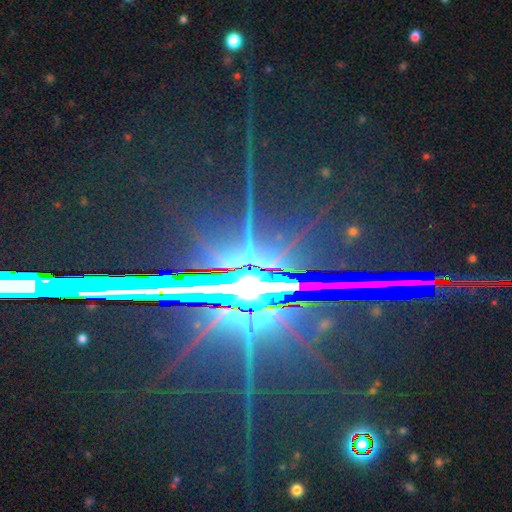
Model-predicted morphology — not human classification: A star or artifact, not a galaxy (83%).